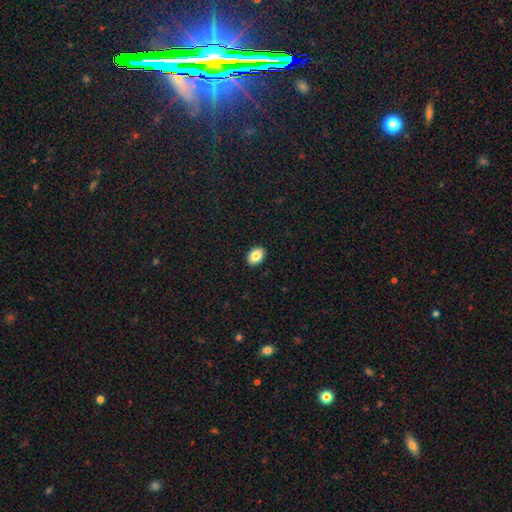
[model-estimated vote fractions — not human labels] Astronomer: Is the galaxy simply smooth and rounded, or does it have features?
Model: smooth — 84%.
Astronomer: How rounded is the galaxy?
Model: in between — 80%.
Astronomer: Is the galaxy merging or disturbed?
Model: none — 91%.